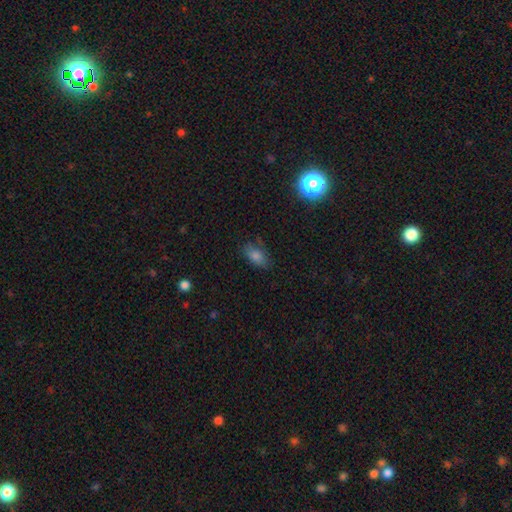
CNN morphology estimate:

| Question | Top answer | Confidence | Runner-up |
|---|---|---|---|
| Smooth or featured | smooth | 76% | star or artifact (14%) |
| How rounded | in between | 87% | round (8%) |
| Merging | none | 72% | minor disturbance (21%) |